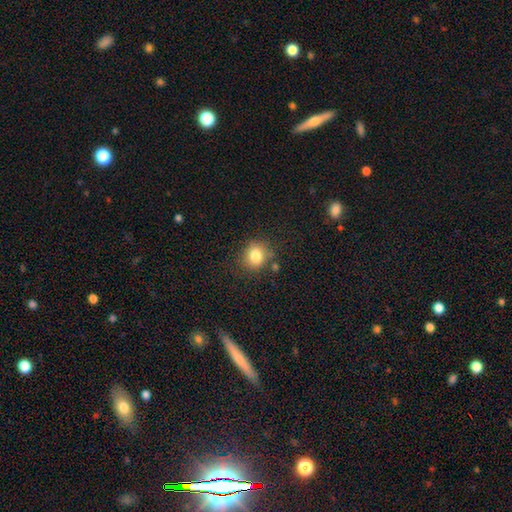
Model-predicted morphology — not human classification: This is clearly a smooth galaxy (82%). How rounded: likely round (73%). Merging: likely none (76%).